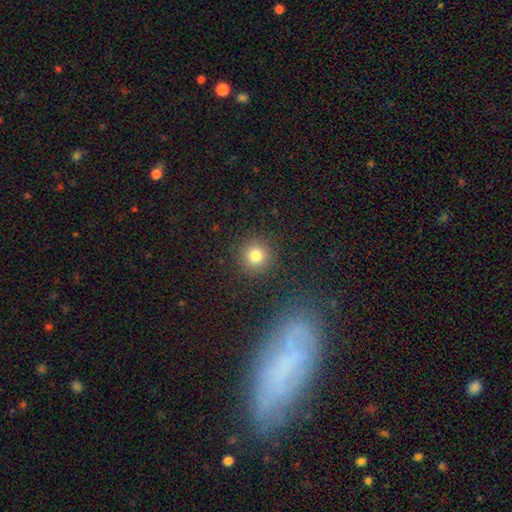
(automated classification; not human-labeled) Smooth or featured? smooth (81%)
How rounded? round (94%)
Merging? none (90%)